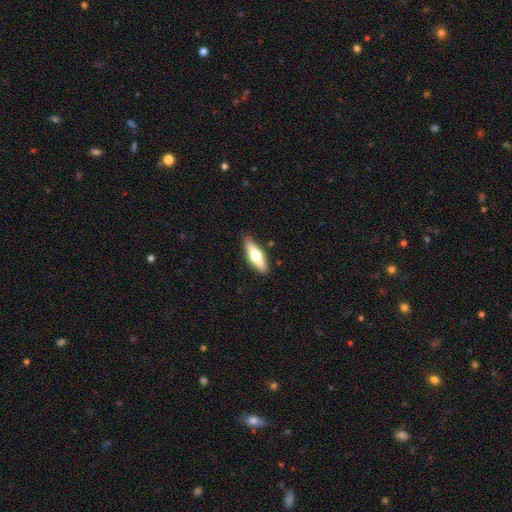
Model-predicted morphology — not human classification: Overall: smooth (53%; featured or disk 41%). How rounded: cigar-shaped (55%; in between 43%). Merging: none (87%).